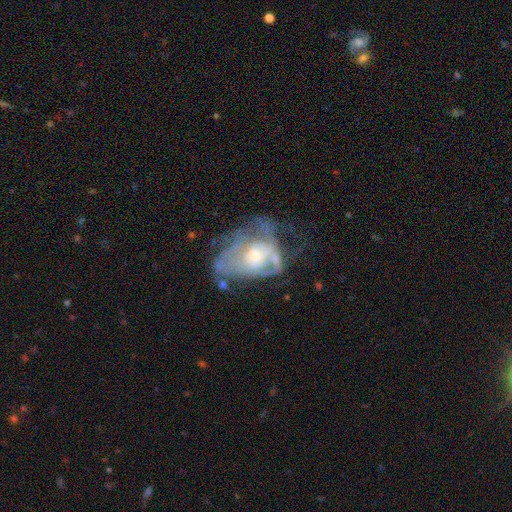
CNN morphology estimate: A featured or disk galaxy (69%) with no bar (78%), no spiral arms (53%) and a moderate central bulge (50%).

Vote fractions:
- Smooth or featured? featured or disk: 69% / smooth: 21% / star or artifact: 9%
- Edge-on disk? no: 96% / yes: 4%
- Bar? no: 78% / weak: 18% / strong: 3%
- Spiral arms? no: 53% / yes: 47%
- Bulge size? moderate: 50% / small: 37% / large: 7% / none: 4% / dominant: 1%
- Merging? major disturbance: 42% / none: 27% / minor disturbance: 21% / merger: 10%